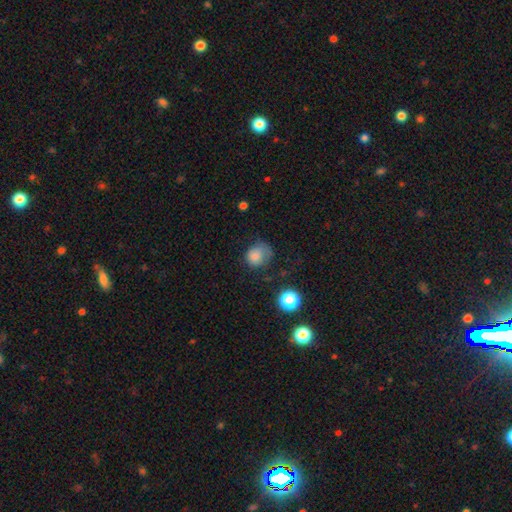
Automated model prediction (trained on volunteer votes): smooth-or-featured: smooth: 79% | star or artifact: 11% | featured or disk: 10%
  how-rounded: round: 68% | in between: 31% | cigar-shaped: 1%
  merging: none: 42% | minor disturbance: 33% | major disturbance: 23% | merger: 3%